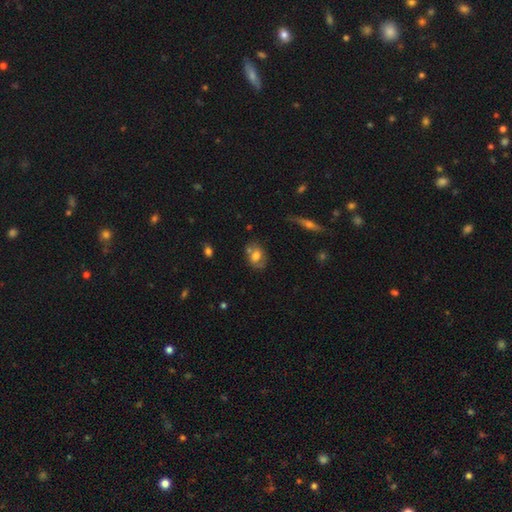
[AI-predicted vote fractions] Morphology: type=smooth (59%); roundness=in between (66%); merging=none (58%).